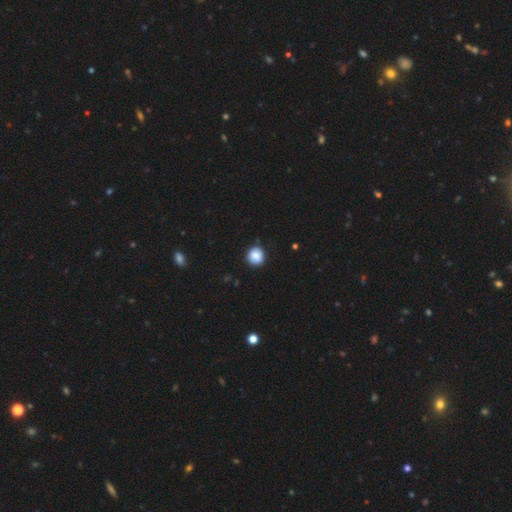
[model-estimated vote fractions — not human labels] smooth 87%, star or artifact 9%, featured or disk 4%. Down the decision tree: how rounded — round (89%); merging — none (85%).